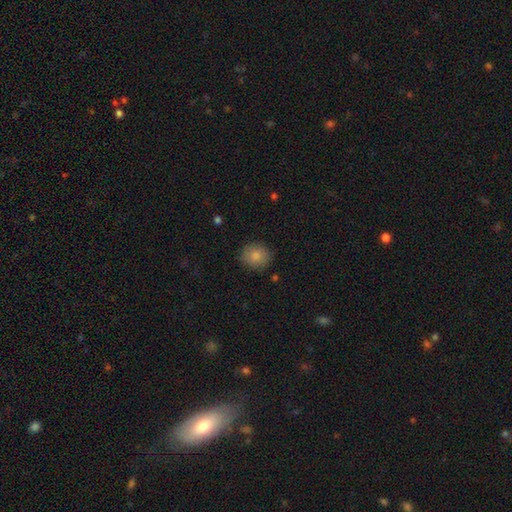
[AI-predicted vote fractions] smooth 84%, star or artifact 8%, featured or disk 8%. Down the decision tree: how rounded — round (74%); merging — none (86%).